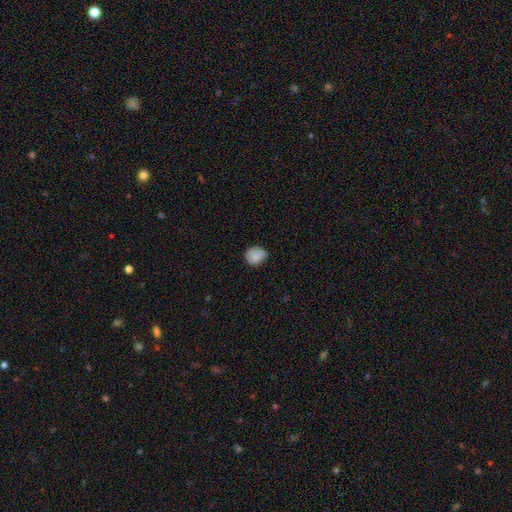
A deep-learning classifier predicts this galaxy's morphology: The model was most divided on "how rounded": round: 64%, in between: 35%, cigar-shaped: 1%. More confident: smooth or featured — smooth (86%); merging — none (74%).